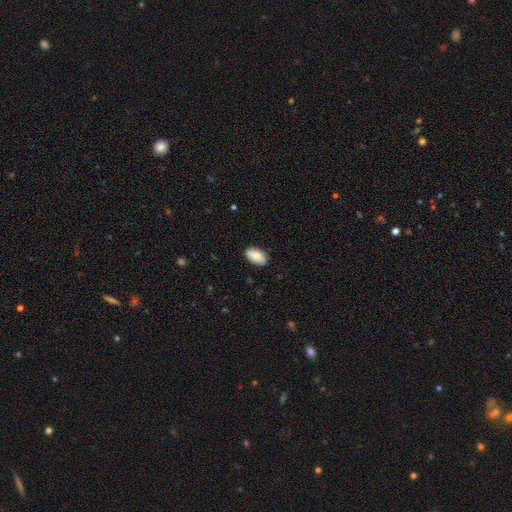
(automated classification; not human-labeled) Morphology: type=smooth (84%); roundness=in between (94%); merging=none (85%).